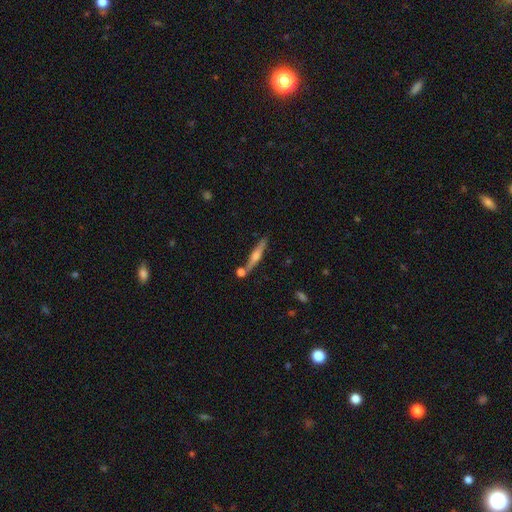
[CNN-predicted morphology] type=featured or disk (58%); edge-on=yes (96%); edge-on bulge=rounded (83%); merging=none (72%).